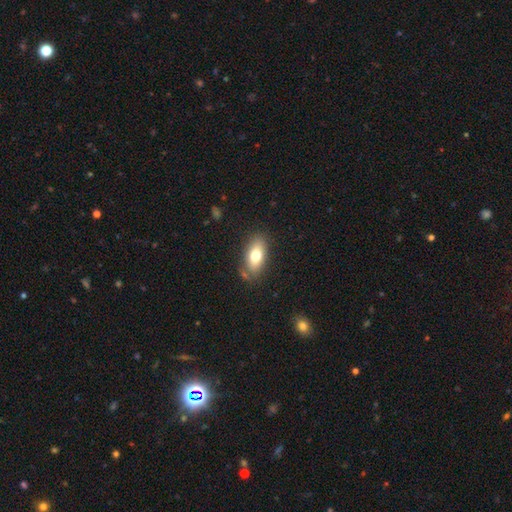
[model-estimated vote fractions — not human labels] The model was most divided on "smooth or featured": smooth: 73%, featured or disk: 19%, star or artifact: 8%. More confident: how rounded — in between (87%); merging — none (79%).